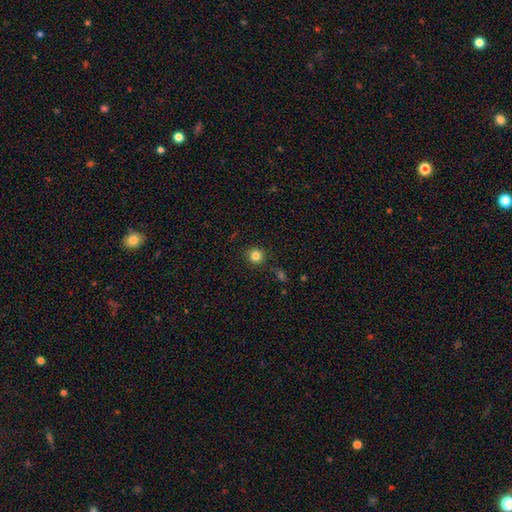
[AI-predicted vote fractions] Smooth or featured: smooth — 82% (star or artifact — 12%)
How rounded: round — 93% (in between — 6%)
Merging: none — 89% (minor disturbance — 7%)